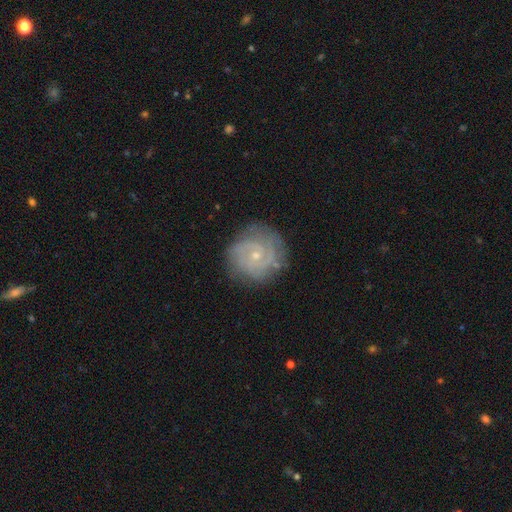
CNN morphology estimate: This is likely a featured or disk galaxy (78%). It is clearly not viewed edge-on (98%). Bar: likely no (74%). Spiral arm pattern: clearly yes (93%). Spiral arm count: marginally can't tell (32%, tied with 2). Spiral winding: likely tight (66%). Central bulge: likely small (77%). Merging: likely none (79%).